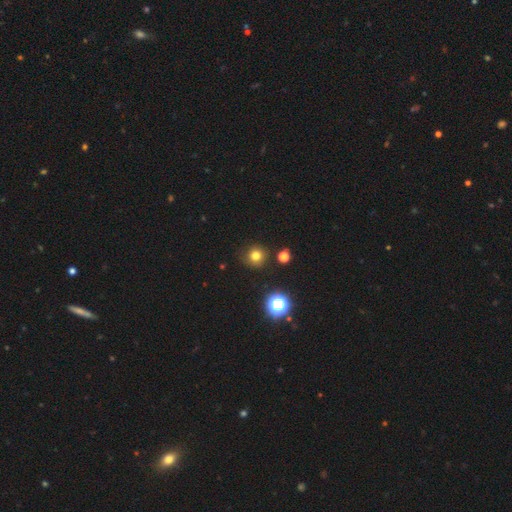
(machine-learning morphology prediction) A smooth galaxy with no disk features (75%) that is round (93%). Merging: none (87%).